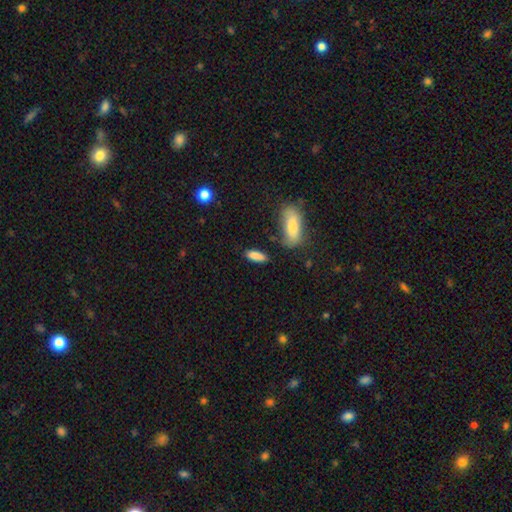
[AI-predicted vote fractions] Overall: smooth (86%). How rounded: in between (61%; cigar-shaped 36%). Merging: none (76%).